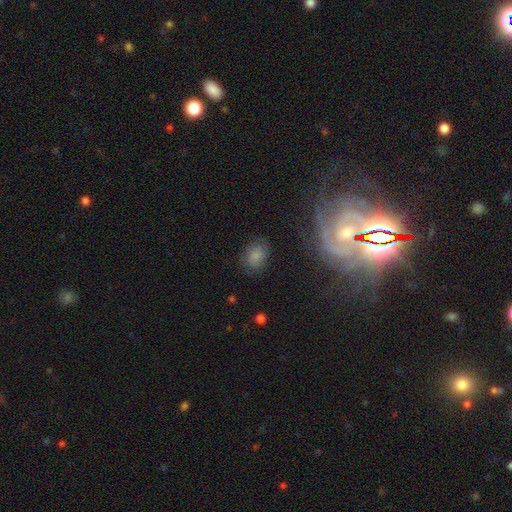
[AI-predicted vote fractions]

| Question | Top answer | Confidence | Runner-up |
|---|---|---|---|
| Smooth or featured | smooth | 78% | star or artifact (12%) |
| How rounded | in between | 60% | round (38%) |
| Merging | none | 73% | minor disturbance (18%) |